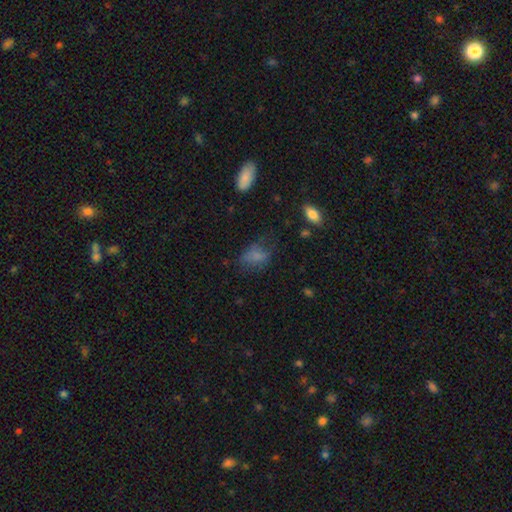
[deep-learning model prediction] A smooth galaxy with no disk features (73%) that is in between round and cigar-shaped (80%).

Vote fractions:
- Smooth or featured? smooth: 73% / featured or disk: 14% / star or artifact: 13%
- How rounded? in between: 80% / round: 17% / cigar-shaped: 3%
- Merging? none: 45% / minor disturbance: 29% / major disturbance: 23% / merger: 3%